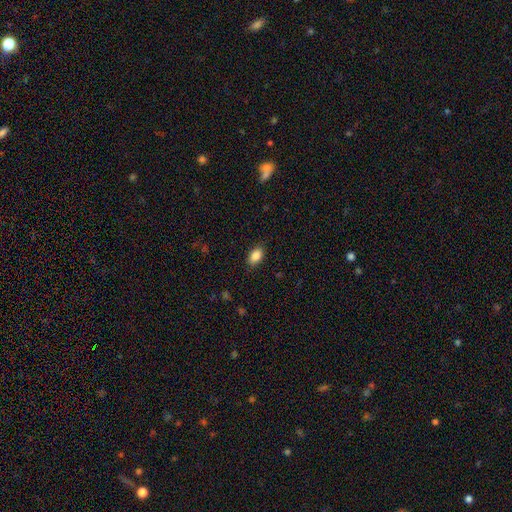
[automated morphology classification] smooth 87%, star or artifact 8%, featured or disk 5%. Down the decision tree: how rounded — in between (90%); merging — none (85%).